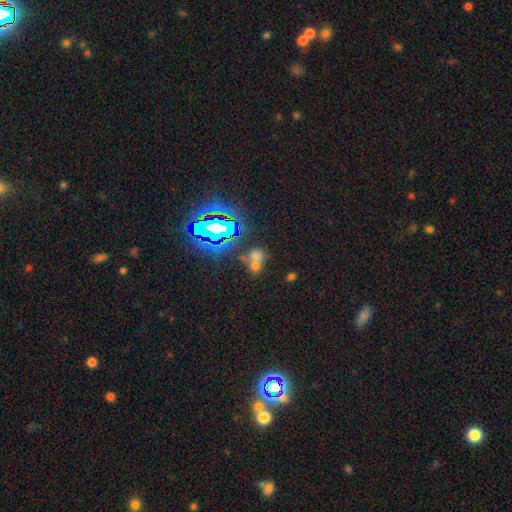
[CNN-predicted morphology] Q: Smooth or featured?
A: smooth (50%); runner-up: star or artifact (37%)
Q: How rounded?
A: round (50%); runner-up: in between (47%)
Q: Merging?
A: merger (51%); runner-up: none (34%)